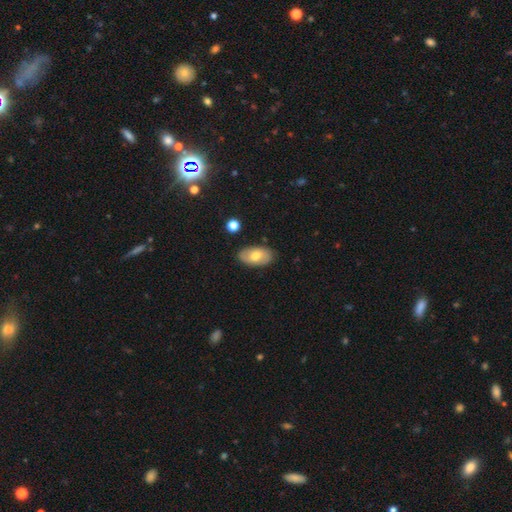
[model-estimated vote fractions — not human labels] Smooth or featured: smooth — 64% (featured or disk — 29%)
How rounded: in between — 93% (round — 5%)
Merging: none — 84% (minor disturbance — 12%)